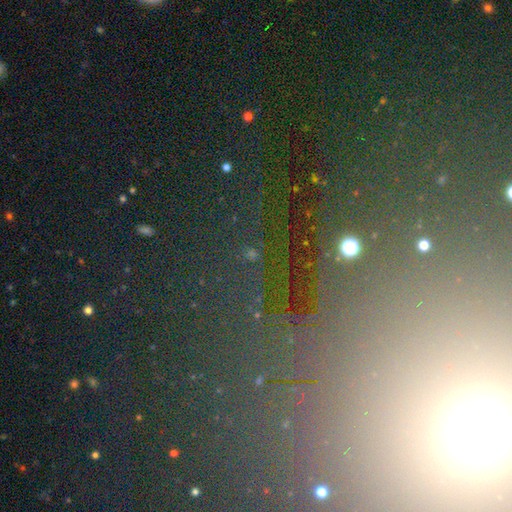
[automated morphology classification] Smooth or featured? Predicted: star or artifact (p=0.70).